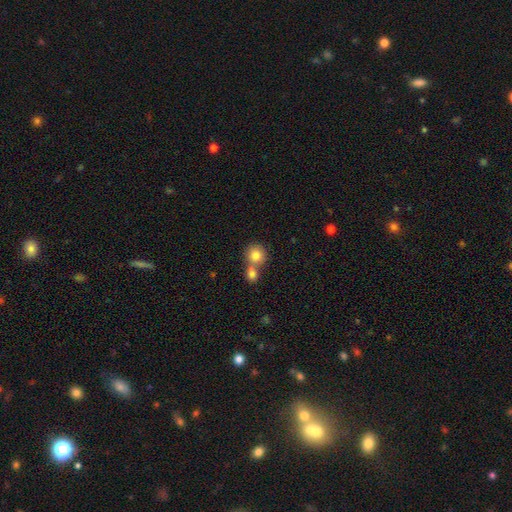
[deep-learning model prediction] This appears to be a smooth galaxy with no disk features (80%) that is round (86%). Merging: merger (51%).